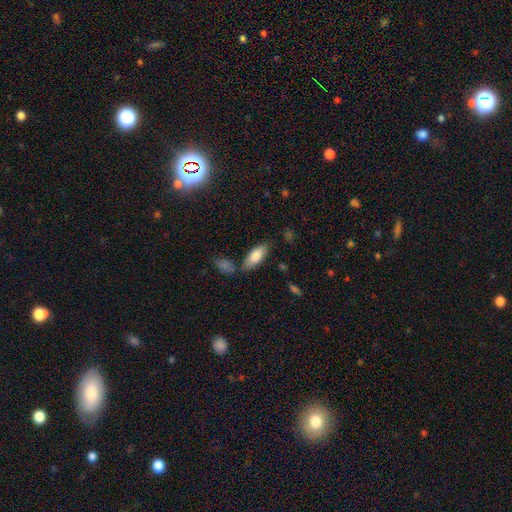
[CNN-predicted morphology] A smooth galaxy with no disk features (80%) that is in between round and cigar-shaped (77%).

Vote fractions:
- Smooth or featured? smooth: 80% / featured or disk: 14% / star or artifact: 6%
- How rounded? in between: 77% / cigar-shaped: 21% / round: 2%
- Merging? none: 75% / minor disturbance: 14% / merger: 7% / major disturbance: 3%